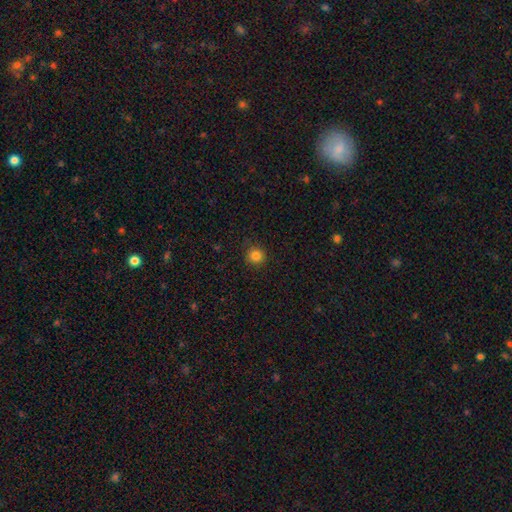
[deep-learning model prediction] Morphology: type=smooth (84%); roundness=round (94%); merging=none (89%).